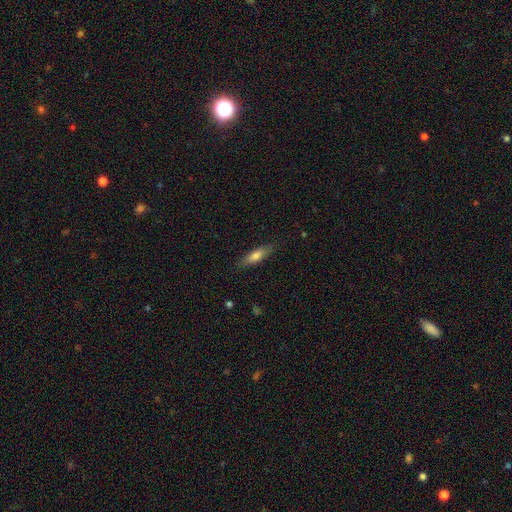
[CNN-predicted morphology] This is likely a smooth galaxy (70%). How rounded: likely cigar-shaped (65%). Merging: clearly none (85%).